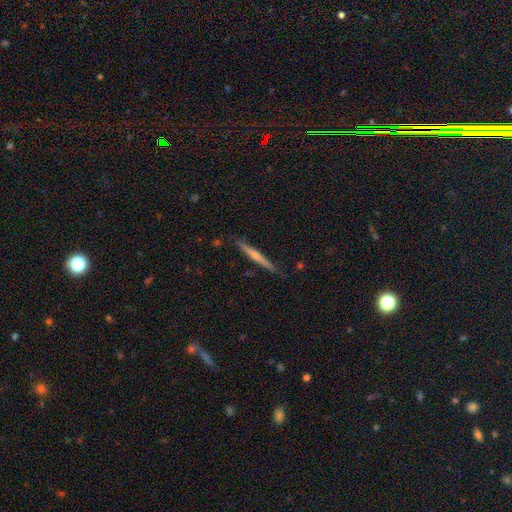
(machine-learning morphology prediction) smooth_or_featured: featured or disk (p=0.59) [alt: smooth p=0.35]
disk_edge_on: yes (p=0.98) [alt: no p=0.02]
edge_on_bulge: rounded (p=0.63) [alt: none p=0.32]
merging: none (p=0.88) [alt: minor disturbance p=0.09]